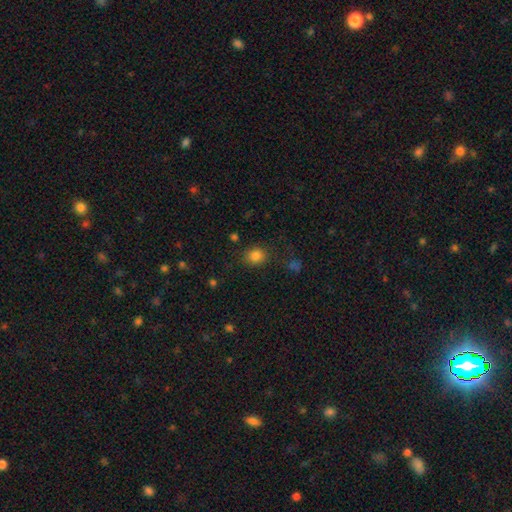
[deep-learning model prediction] Smooth or featured? smooth (83%)
How rounded? round (71%)
Merging? none (84%)